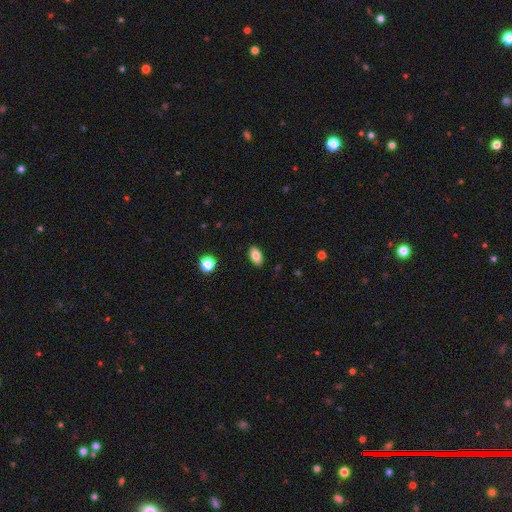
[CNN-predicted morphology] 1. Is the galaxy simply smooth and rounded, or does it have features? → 82% smooth, 10% featured or disk, 9% star or artifact.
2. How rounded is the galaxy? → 91% in between, 6% round, 3% cigar-shaped.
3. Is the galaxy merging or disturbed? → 89% none, 8% minor disturbance, 2% major disturbance, 1% merger.